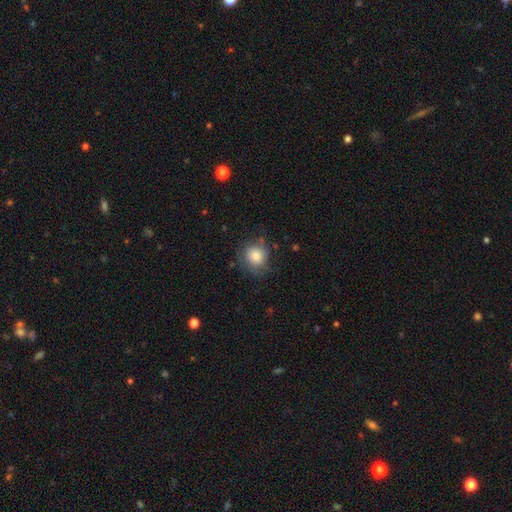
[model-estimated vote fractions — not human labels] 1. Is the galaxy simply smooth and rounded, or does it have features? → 78% smooth, 14% featured or disk, 8% star or artifact.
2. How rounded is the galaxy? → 78% round, 21% in between, 1% cigar-shaped.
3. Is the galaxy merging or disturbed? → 66% none, 24% minor disturbance, 9% major disturbance, 2% merger.